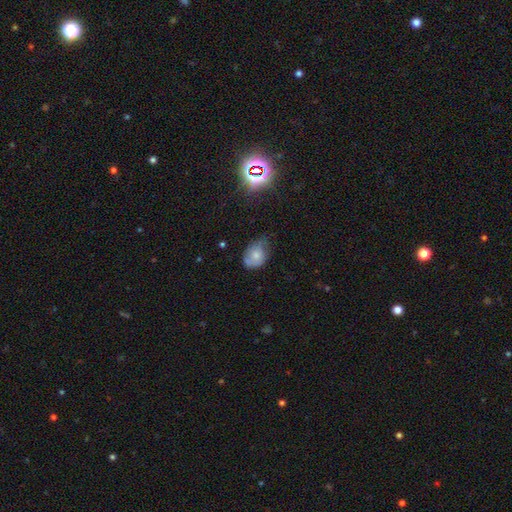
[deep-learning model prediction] A smooth galaxy with no disk features (65%) that is in between round and cigar-shaped (70%). Merging: minor disturbance (43%).